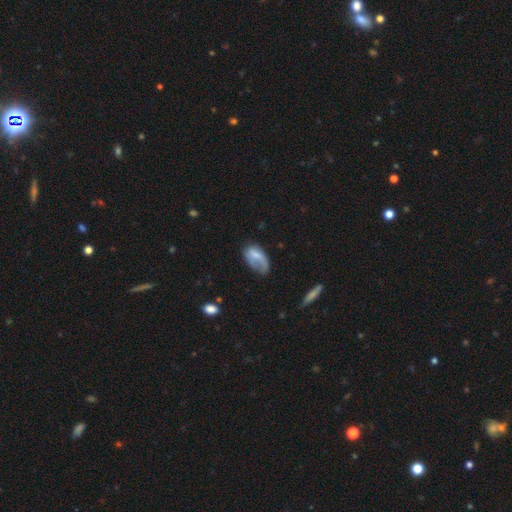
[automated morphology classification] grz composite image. It shows a smooth galaxy with no disk features (64%) that is in between round and cigar-shaped (91%). Merging: major disturbance (33%).